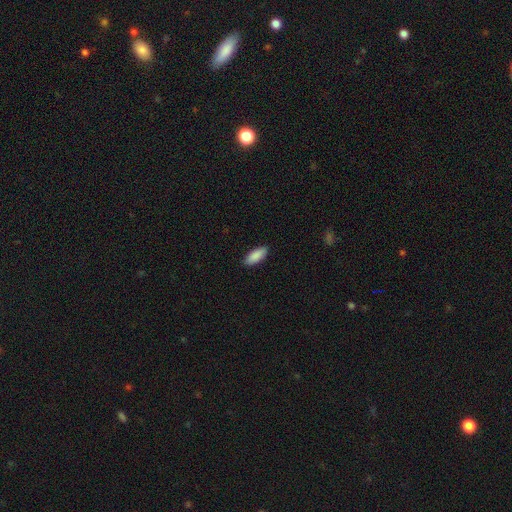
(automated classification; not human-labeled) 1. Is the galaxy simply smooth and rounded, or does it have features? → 90% smooth, 6% star or artifact, 5% featured or disk.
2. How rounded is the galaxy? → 78% in between, 20% cigar-shaped, 2% round.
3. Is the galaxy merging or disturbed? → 88% none, 9% minor disturbance, 2% major disturbance, 1% merger.